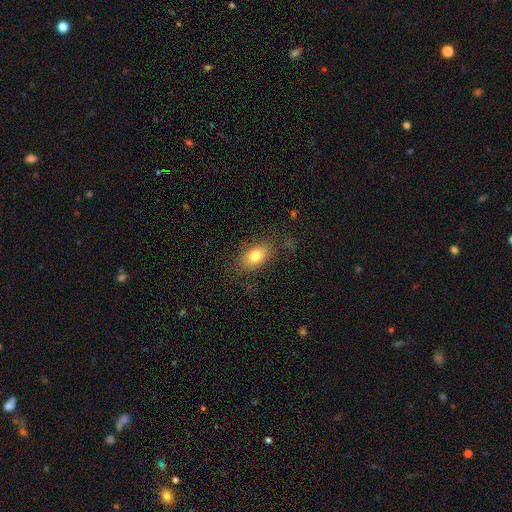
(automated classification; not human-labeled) smooth-or-featured: smooth: 78% | featured or disk: 13% | star or artifact: 10%
  how-rounded: in between: 84% | round: 13% | cigar-shaped: 3%
  merging: none: 79% | minor disturbance: 14% | major disturbance: 6% | merger: 1%